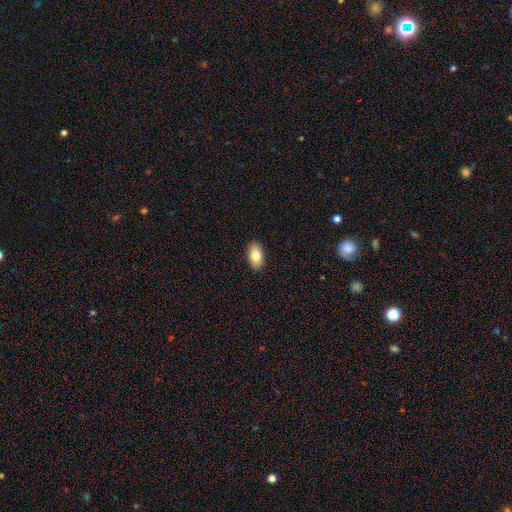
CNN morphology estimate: This is clearly a smooth galaxy (83%). How rounded: clearly in between (93%). Merging: clearly none (90%).